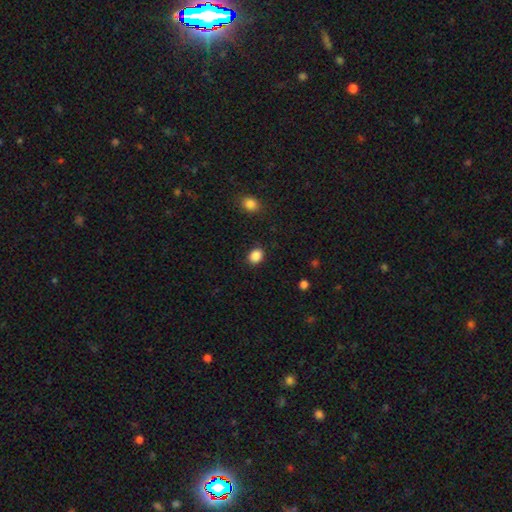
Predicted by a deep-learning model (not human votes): Q: Smooth or featured?
A: smooth (88%); runner-up: star or artifact (9%)
Q: How rounded?
A: in between (51%); runner-up: round (48%)
Q: Merging?
A: none (88%); runner-up: minor disturbance (8%)